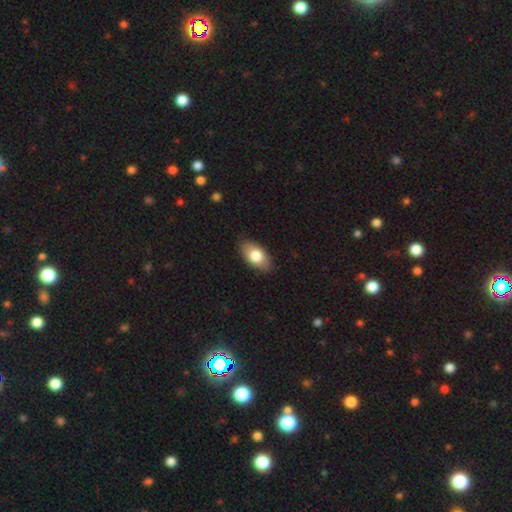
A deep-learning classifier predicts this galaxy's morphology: Smooth or featured? Predicted: smooth (p=0.77). How rounded? Predicted: in between (p=0.92). Merging? Predicted: none (p=0.85).